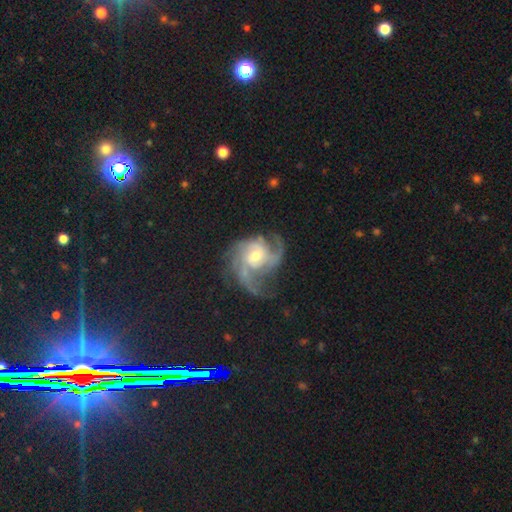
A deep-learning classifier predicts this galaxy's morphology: A featured or disk galaxy (88%) with no bar (64%), 3 (46%) medium (50%) spiral arms (97%) and a moderate central bulge (56%). Merging: none (59%).